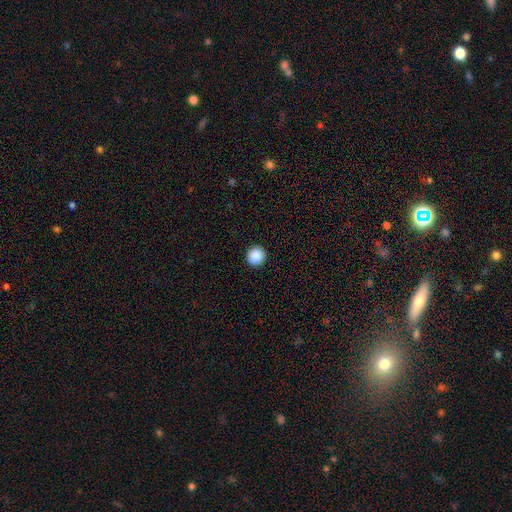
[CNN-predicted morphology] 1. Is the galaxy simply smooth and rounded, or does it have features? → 88% smooth, 9% star or artifact, 3% featured or disk.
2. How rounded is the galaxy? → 96% round, 3% in between, 1% cigar-shaped.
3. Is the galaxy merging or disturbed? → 94% none, 4% minor disturbance, 1% major disturbance, 1% merger.